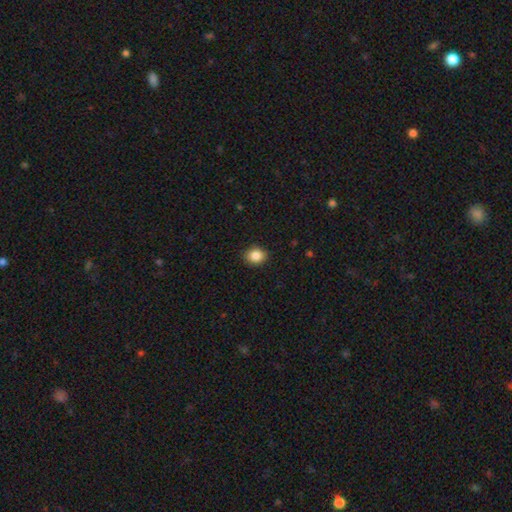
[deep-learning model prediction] Overall: smooth (86%). How rounded: round (60%; in between 40%). Merging: none (88%).